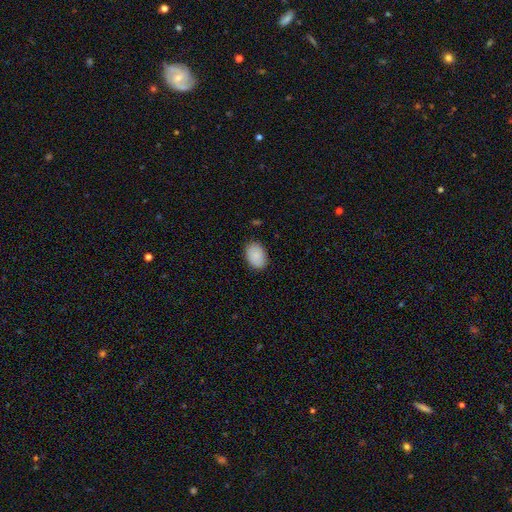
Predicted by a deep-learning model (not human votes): Smooth or featured? smooth (89%)
How rounded? in between (84%)
Merging? none (85%)